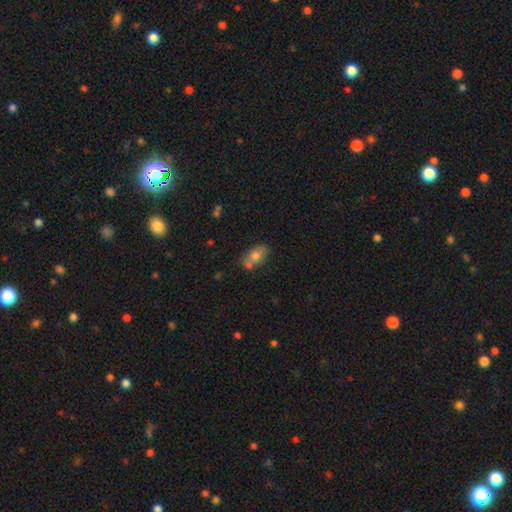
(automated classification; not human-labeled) Smooth or featured: smooth — 69% (featured or disk — 22%)
How rounded: in between — 82% (round — 13%)
Merging: none — 49% (merger — 29%)